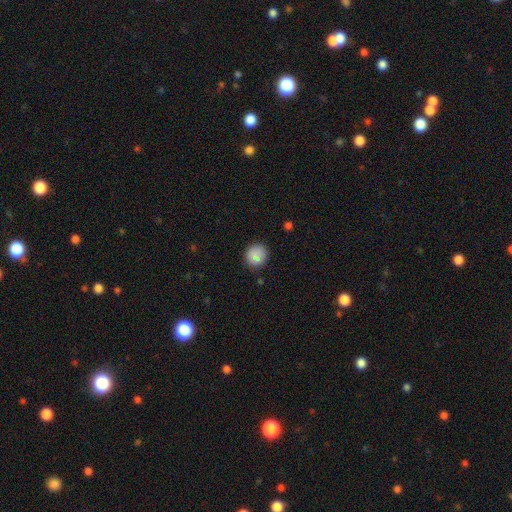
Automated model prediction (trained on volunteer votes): This appears to be a smooth galaxy with no disk features (84%) that is round (89%). Merging: none (83%).